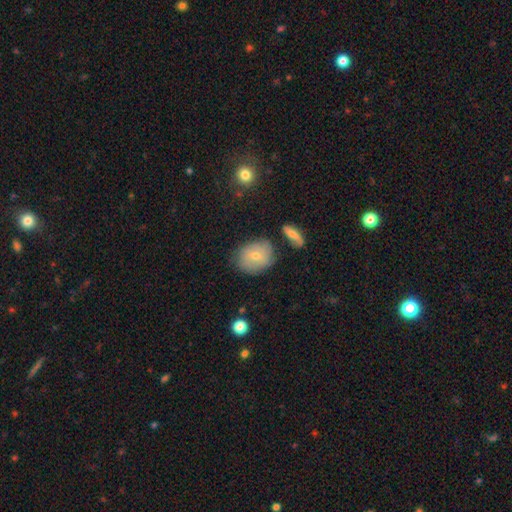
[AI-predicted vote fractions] Overall: smooth (59%; featured or disk 32%). How rounded: round (53%; in between 46%). Merging: none (69%).